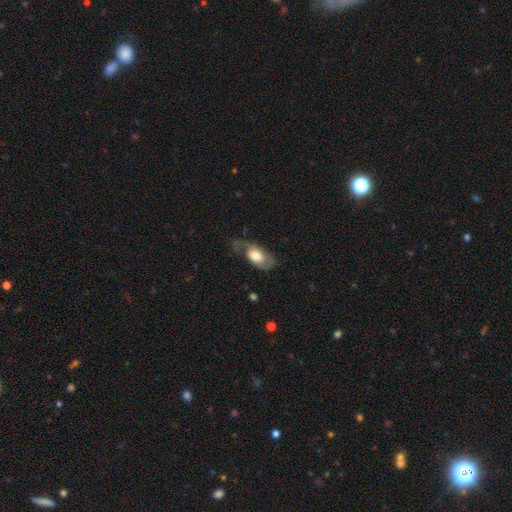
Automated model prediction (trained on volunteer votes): A featured or disk galaxy (47%, tied with smooth). Merging: none (42%).